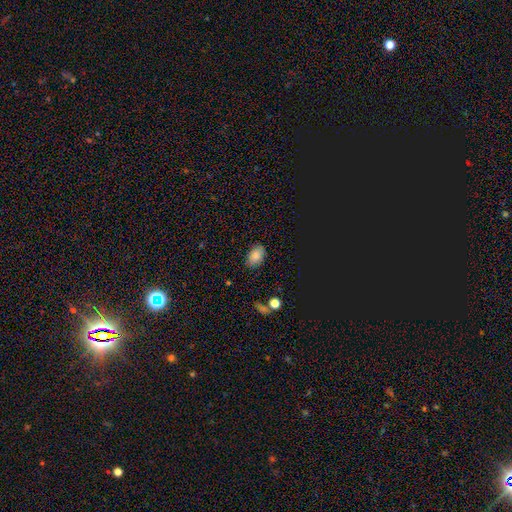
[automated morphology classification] type=smooth (81%); roundness=in between (84%); merging=none (82%).